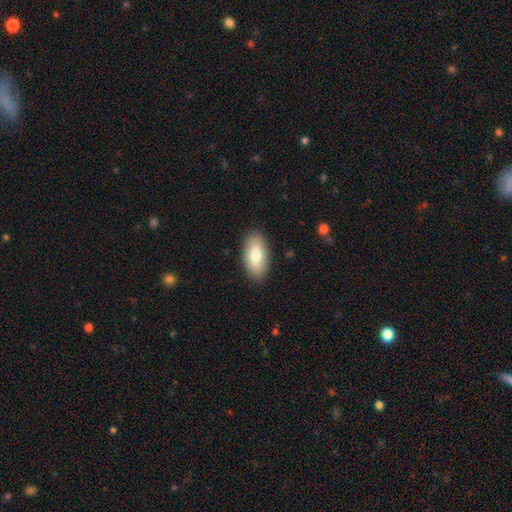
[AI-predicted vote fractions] Morphology: type=smooth (78%); roundness=in between (92%); merging=none (88%).